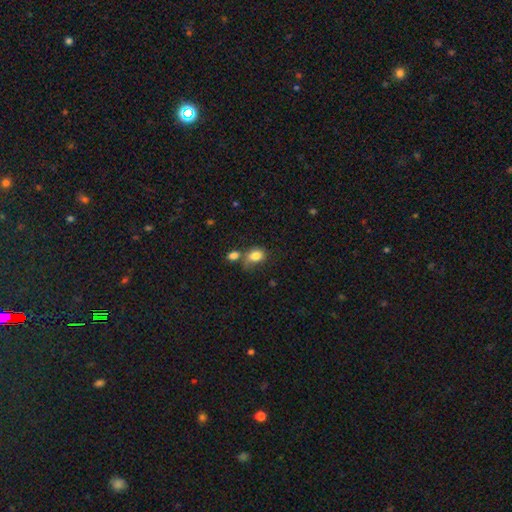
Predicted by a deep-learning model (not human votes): A smooth galaxy with no disk features (82%) that is in between round and cigar-shaped (58%). Merging: none (41%).